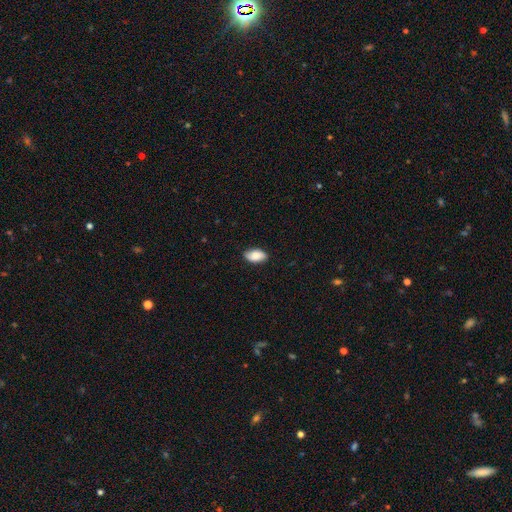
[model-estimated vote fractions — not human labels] A smooth galaxy with no disk features (84%) that is in between round and cigar-shaped (93%). Merging: none (85%).